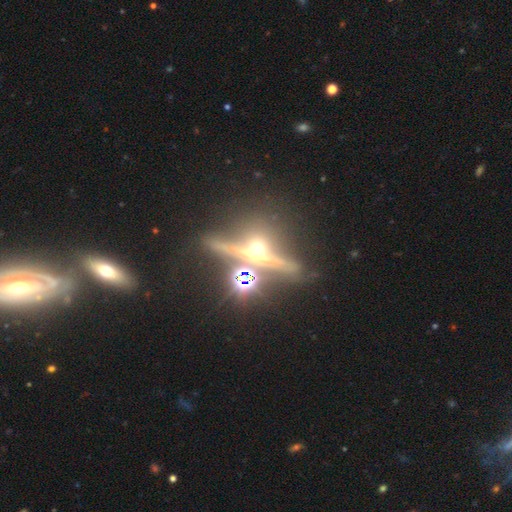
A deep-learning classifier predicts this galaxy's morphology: Smooth or featured? featured or disk (51%)
Edge-on disk? yes (79%)
Merging? none (67%)